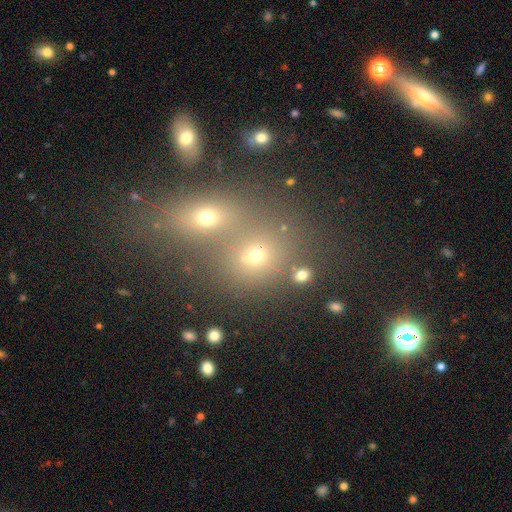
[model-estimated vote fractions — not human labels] Morphology: type=smooth (67%); roundness=round (71%); merging=merger (45%).